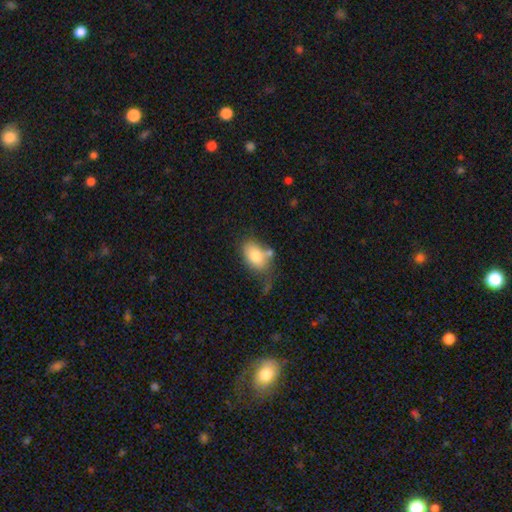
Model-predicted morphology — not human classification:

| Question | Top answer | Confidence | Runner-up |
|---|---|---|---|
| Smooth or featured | smooth | 79% | featured or disk (14%) |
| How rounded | in between | 87% | round (11%) |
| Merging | none | 51% | minor disturbance (23%) |